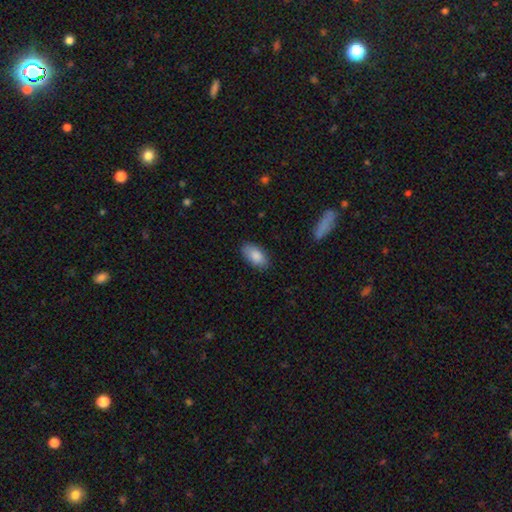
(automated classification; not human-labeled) Q: Smooth or featured?
A: smooth (87%); runner-up: featured or disk (6%)
Q: How rounded?
A: in between (94%); runner-up: round (3%)
Q: Merging?
A: none (85%); runner-up: minor disturbance (11%)